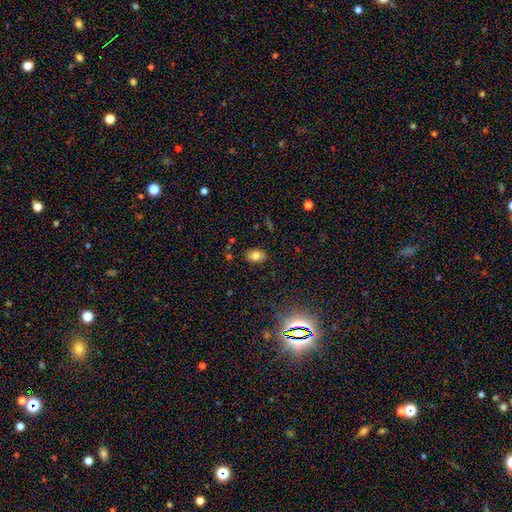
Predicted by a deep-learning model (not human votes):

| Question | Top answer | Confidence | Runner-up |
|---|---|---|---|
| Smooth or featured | smooth | 79% | star or artifact (11%) |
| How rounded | in between | 83% | round (16%) |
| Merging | none | 85% | minor disturbance (10%) |